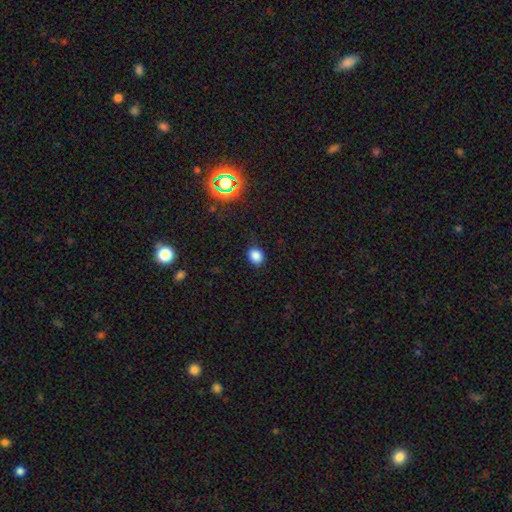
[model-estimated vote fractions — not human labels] This is clearly a smooth galaxy (84%). How rounded: possibly round (56%). Merging: clearly none (86%).